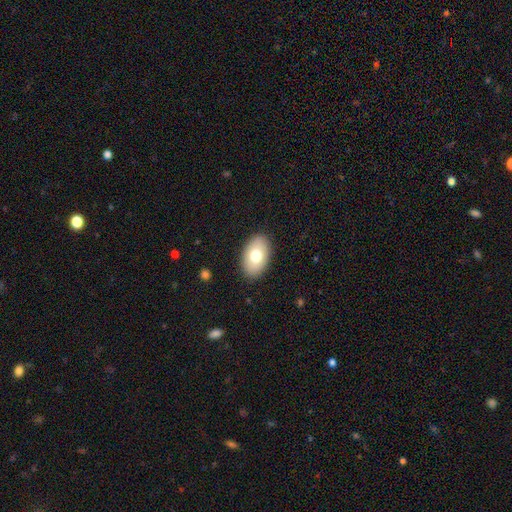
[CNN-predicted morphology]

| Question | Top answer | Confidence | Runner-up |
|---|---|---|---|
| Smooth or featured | smooth | 75% | featured or disk (18%) |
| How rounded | in between | 93% | round (6%) |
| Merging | none | 88% | minor disturbance (9%) |